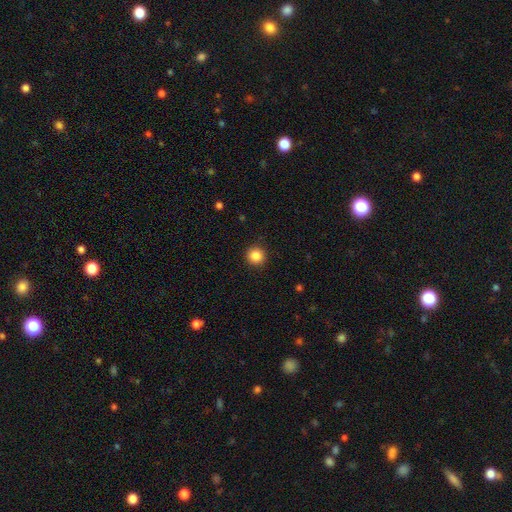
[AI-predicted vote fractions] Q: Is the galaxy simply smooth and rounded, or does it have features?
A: smooth — 86%.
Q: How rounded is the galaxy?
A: round — 95%.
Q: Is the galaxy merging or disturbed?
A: none — 92%.